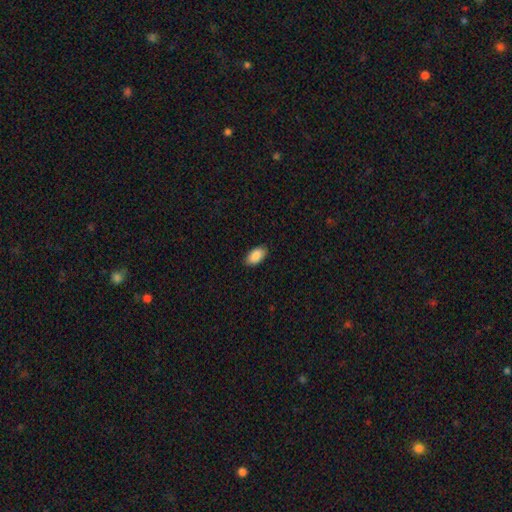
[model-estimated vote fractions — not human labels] This appears to be a smooth galaxy with no disk features (89%) that is in between round and cigar-shaped (94%). Merging: none (88%).